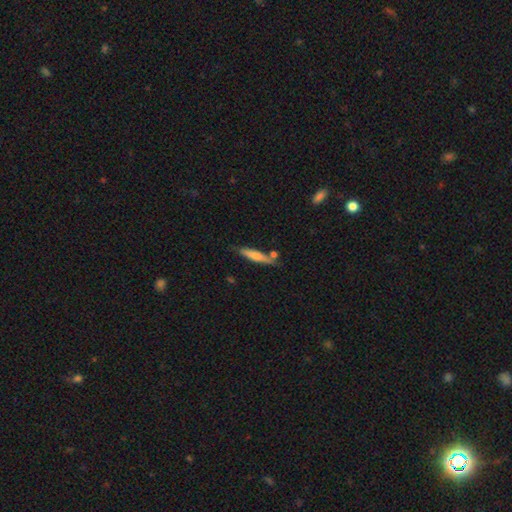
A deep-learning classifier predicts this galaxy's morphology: smooth 61%, featured or disk 32%, star or artifact 6%. Down the decision tree: how rounded — cigar-shaped (86%); merging — none (70%).